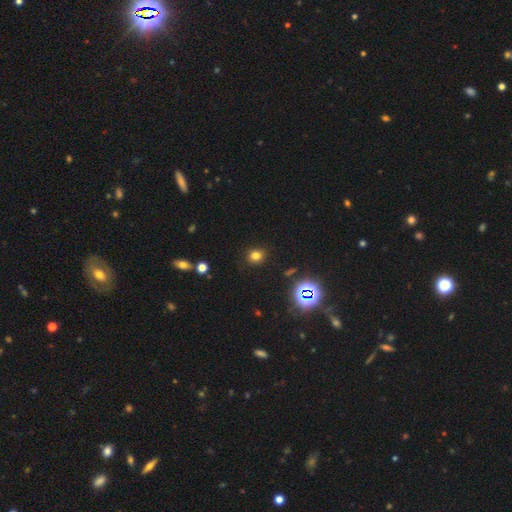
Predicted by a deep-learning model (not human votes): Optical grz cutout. It shows a smooth galaxy with no disk features (75%) that is round (83%). Merging: none (89%).